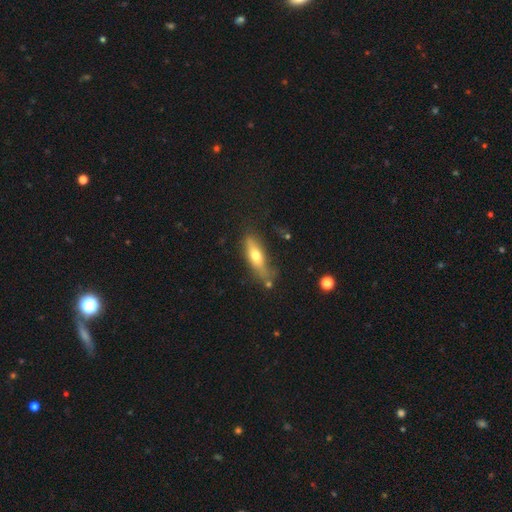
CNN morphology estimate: Smooth or featured: smooth — 53% (featured or disk — 40%)
How rounded: cigar-shaped — 59% (in between — 38%)
Merging: none — 63% (minor disturbance — 24%)